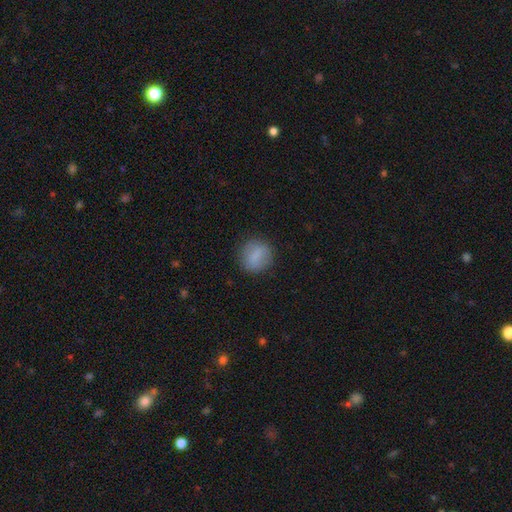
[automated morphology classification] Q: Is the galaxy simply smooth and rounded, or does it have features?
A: smooth — 78%.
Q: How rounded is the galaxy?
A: round — 78%.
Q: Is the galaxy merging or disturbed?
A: none — 84%.